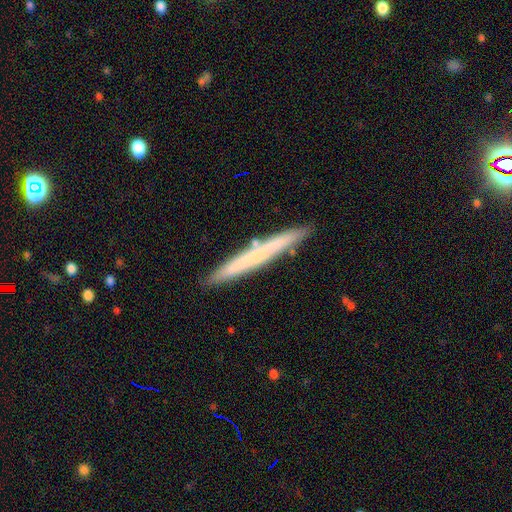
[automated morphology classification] Smooth or featured?
  - smooth: 55% *
  - featured or disk: 39%
  - star or artifact: 6%
How rounded?
  - cigar-shaped: 96% *
  - in between: 2%
  - round: 1%
Merging?
  - none: 86% *
  - minor disturbance: 9%
  - merger: 3%
  - major disturbance: 2%